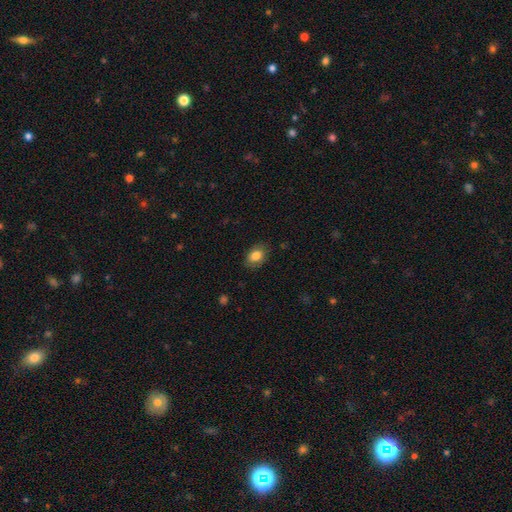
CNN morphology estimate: type=smooth (83%); roundness=in between (75%); merging=none (82%).